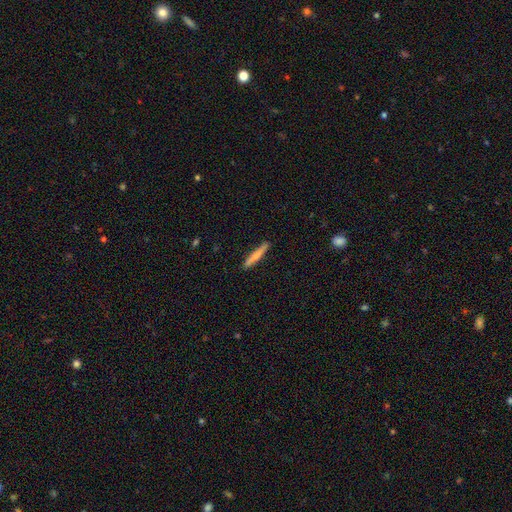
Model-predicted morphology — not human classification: This appears to be a smooth galaxy with no disk features (66%) that is cigar-shaped (94%). Merging: none (89%).